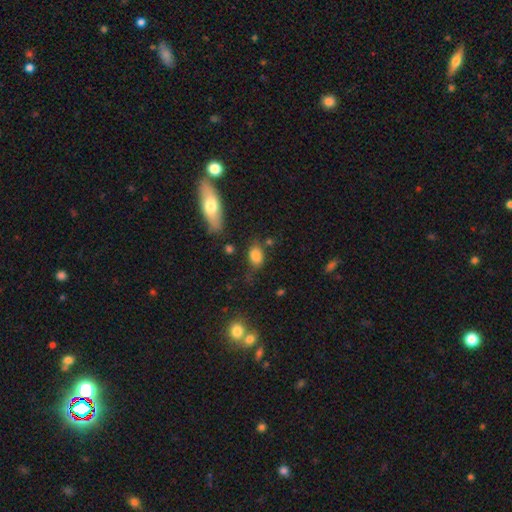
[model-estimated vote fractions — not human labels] smooth-or-featured: smooth: 81% | star or artifact: 10% | featured or disk: 8%
  how-rounded: in between: 79% | round: 18% | cigar-shaped: 3%
  merging: none: 62% | minor disturbance: 23% | major disturbance: 9% | merger: 6%